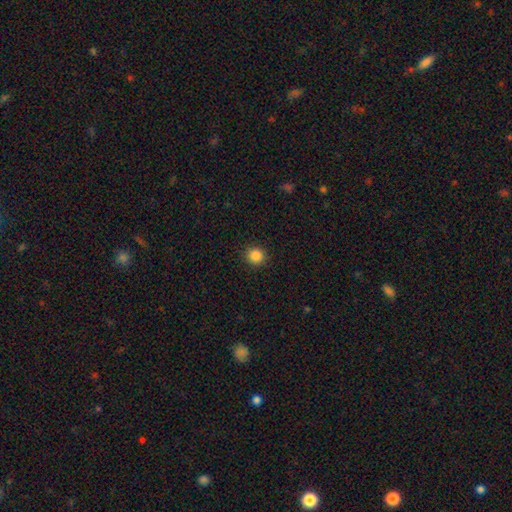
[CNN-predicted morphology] Smooth or featured? smooth (86%)
How rounded? round (92%)
Merging? none (92%)